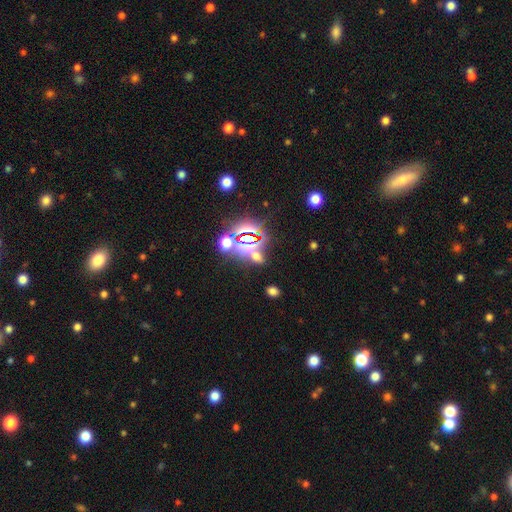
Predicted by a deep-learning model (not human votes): A star or artifact, not a galaxy (57%).